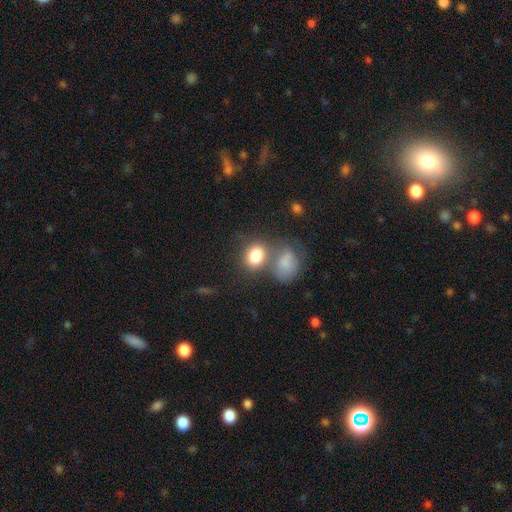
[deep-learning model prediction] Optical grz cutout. It shows a smooth galaxy with no disk features (82%) that is in between round and cigar-shaped (53%). Merging: none (43%).